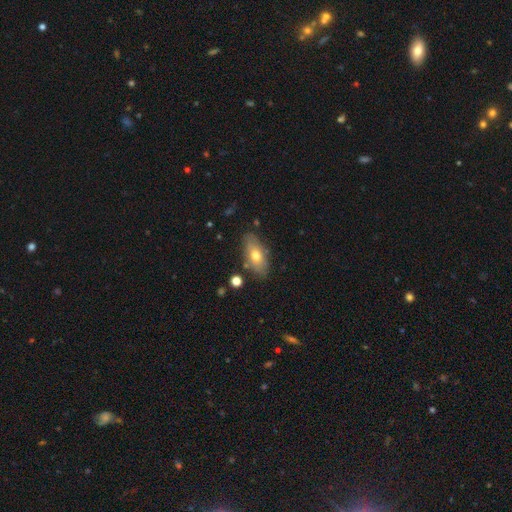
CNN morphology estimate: A smooth galaxy with no disk features (64%) that is in between round and cigar-shaped (84%). Merging: none (79%).